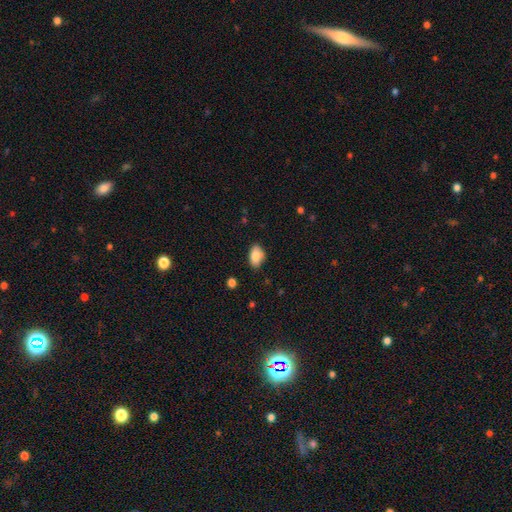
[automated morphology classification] smooth-or-featured: smooth: 85% | star or artifact: 7% | featured or disk: 7%
  how-rounded: in between: 91% | round: 8% | cigar-shaped: 2%
  merging: none: 79% | minor disturbance: 17% | major disturbance: 3% | merger: 1%